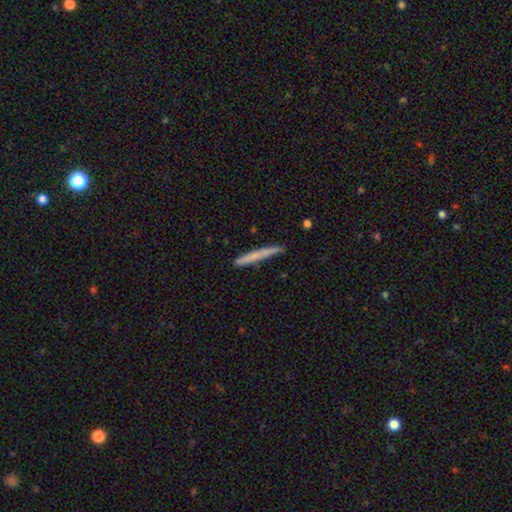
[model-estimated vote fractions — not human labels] A smooth galaxy with no disk features (68%) that is cigar-shaped (97%).

Vote fractions:
- Smooth or featured? smooth: 68% / featured or disk: 26% / star or artifact: 6%
- How rounded? cigar-shaped: 97% / in between: 2% / round: 1%
- Merging? none: 86% / minor disturbance: 10% / major disturbance: 2% / merger: 1%